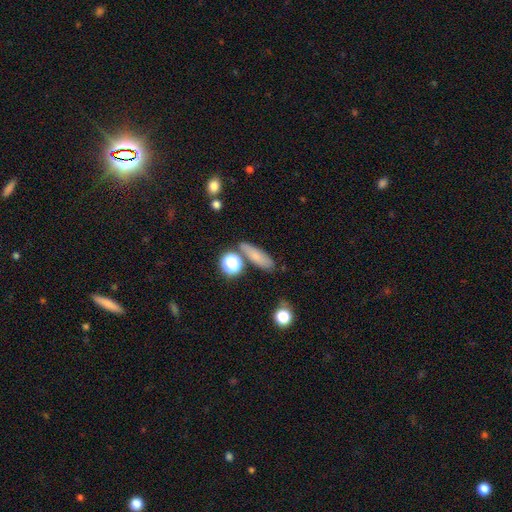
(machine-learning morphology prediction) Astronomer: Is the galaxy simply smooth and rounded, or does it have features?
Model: smooth — 72%.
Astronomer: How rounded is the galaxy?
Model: cigar-shaped — 49% (runner-up: in between, 41%).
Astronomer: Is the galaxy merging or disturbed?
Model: none — 71%.